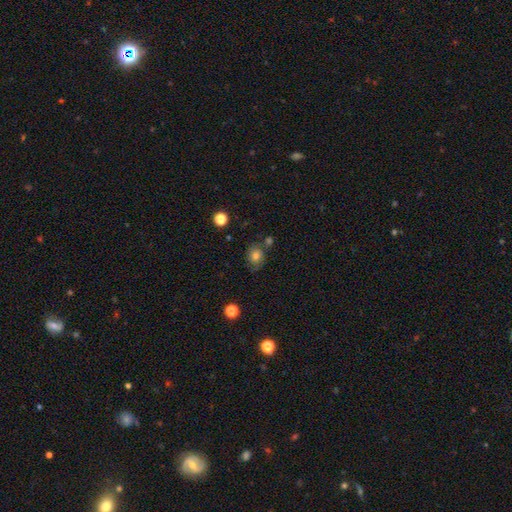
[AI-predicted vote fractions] Smooth or featured? Predicted: smooth (p=0.75). How rounded? Predicted: round (p=0.61). Merging? Predicted: none (p=0.67).